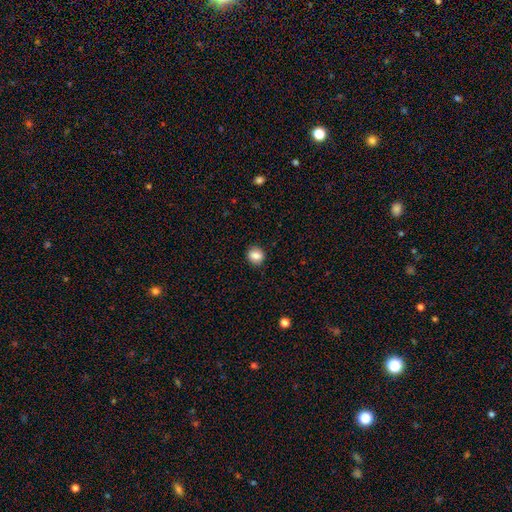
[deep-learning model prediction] Morphology: type=smooth (85%); roundness=round (75%); merging=none (89%).